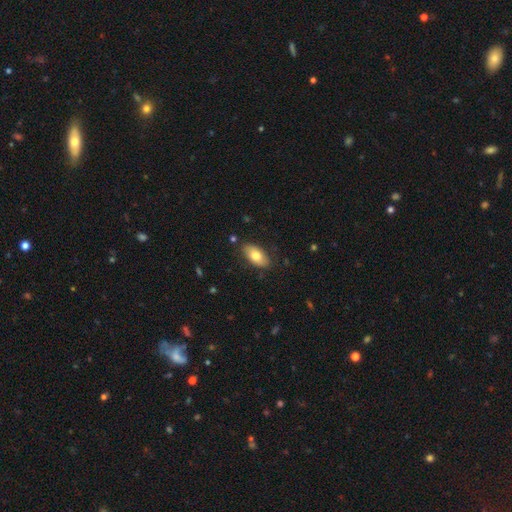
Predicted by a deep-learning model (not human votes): The model was most divided on "smooth or featured": smooth: 76%, featured or disk: 17%, star or artifact: 6%. More confident: how rounded — in between (91%); merging — none (83%).